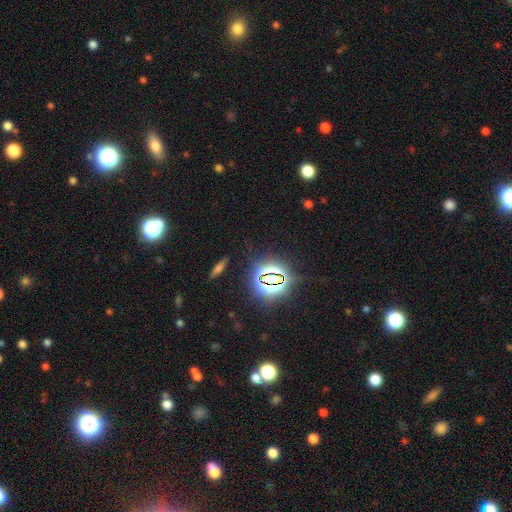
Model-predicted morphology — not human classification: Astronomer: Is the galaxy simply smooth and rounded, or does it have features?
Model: star or artifact — 77%.